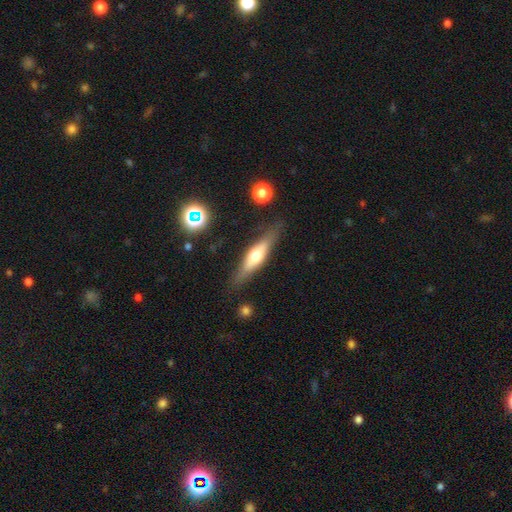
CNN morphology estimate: The model was most divided on "smooth or featured": featured or disk: 54%, smooth: 40%, star or artifact: 6%. More confident: edge-on disk — yes (89%); merging — none (81%).